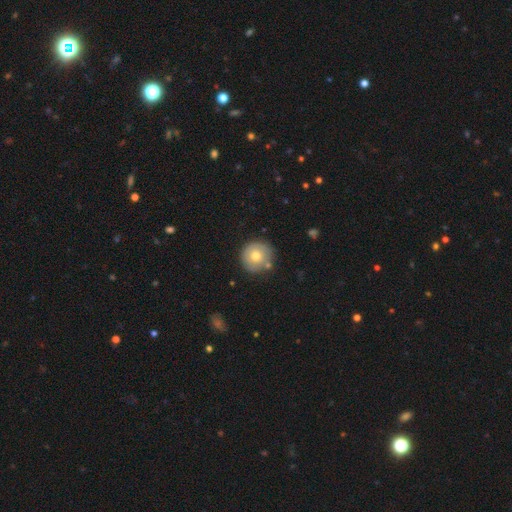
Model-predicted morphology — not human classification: A smooth galaxy with no disk features (66%) that is round (94%). Merging: none (77%).